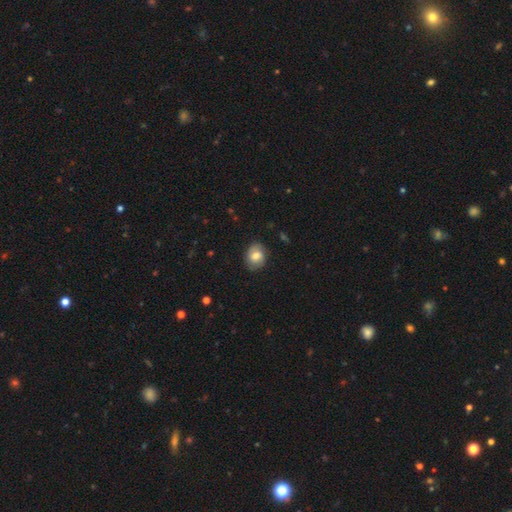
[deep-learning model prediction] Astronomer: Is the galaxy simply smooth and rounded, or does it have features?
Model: smooth — 69%.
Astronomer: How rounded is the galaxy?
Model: in between — 51% (runner-up: round, 48%).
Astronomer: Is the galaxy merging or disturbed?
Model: none — 82%.